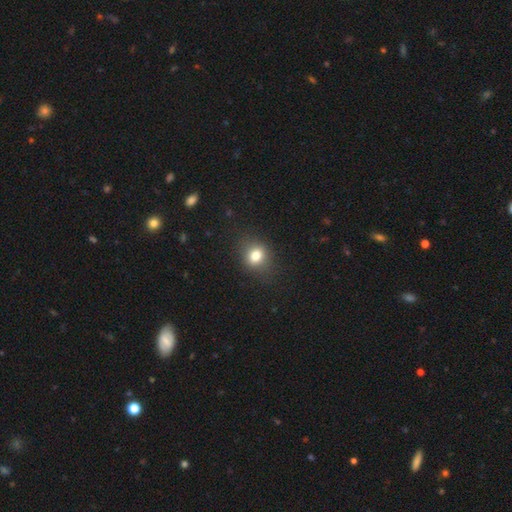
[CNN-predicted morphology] Smooth or featured? Predicted: smooth (p=0.79). How rounded? Predicted: round (p=0.59). Merging? Predicted: none (p=0.82).